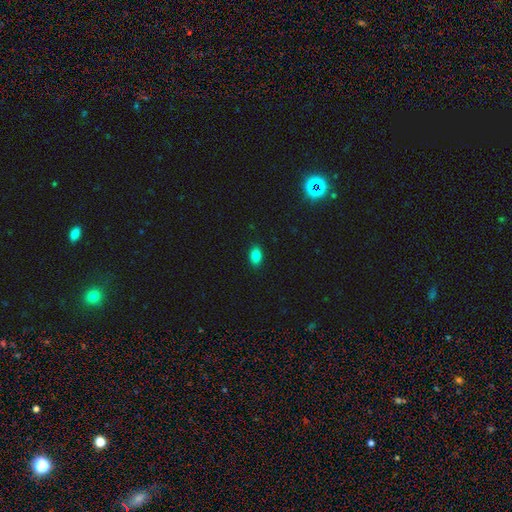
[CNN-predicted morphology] Overall: smooth (85%). How rounded: in between (87%). Merging: none (90%).